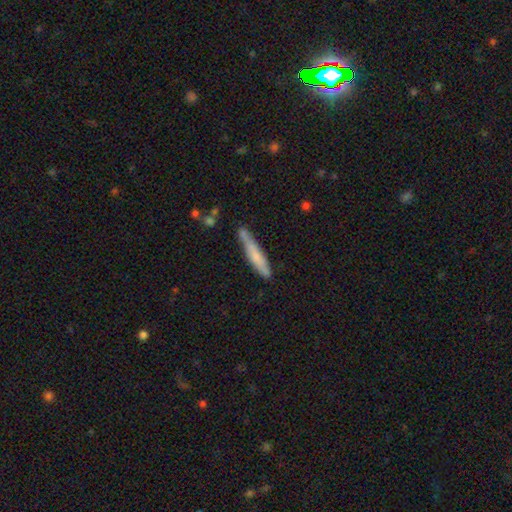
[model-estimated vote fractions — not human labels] Morphology: type=smooth (66%); roundness=cigar-shaped (92%); merging=none (68%).